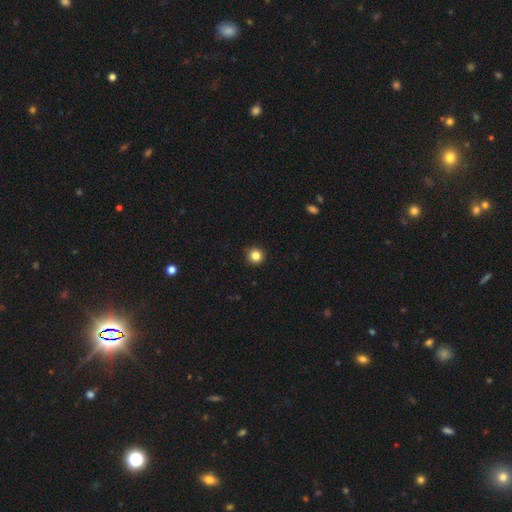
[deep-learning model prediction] Morphology: type=smooth (84%); roundness=round (96%); merging=none (92%).